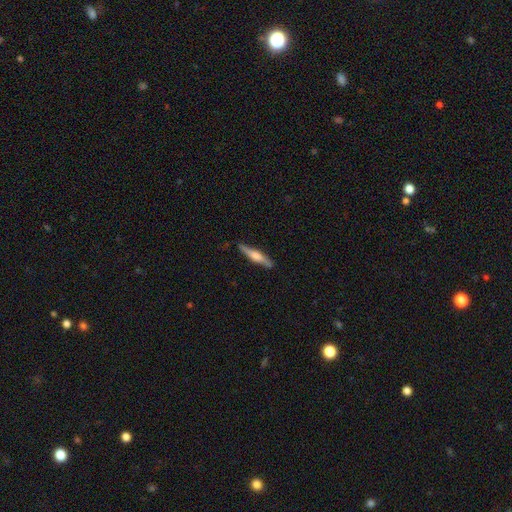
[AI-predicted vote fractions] This appears to be a featured or disk galaxy (56%) viewed edge-on (95%) with a rounded central bulge (73%). Merging: none (85%).